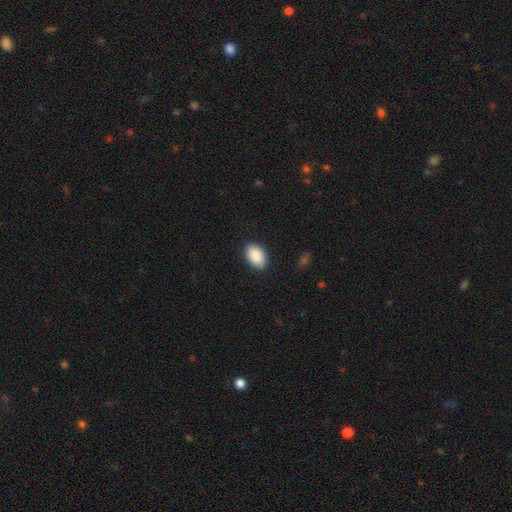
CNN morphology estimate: Overall: smooth (91%). How rounded: in between (90%). Merging: none (87%).